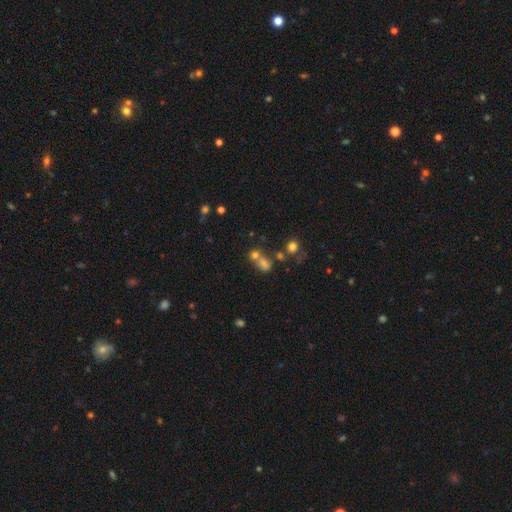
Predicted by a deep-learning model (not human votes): Q: Smooth or featured?
A: smooth (61%); runner-up: star or artifact (25%)
Q: How rounded?
A: round (59%); runner-up: in between (39%)
Q: Merging?
A: merger (48%); runner-up: none (38%)